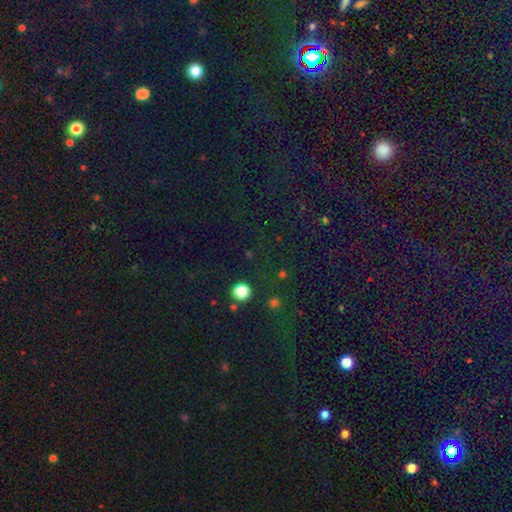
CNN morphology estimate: A star or artifact, not a galaxy (80%).

Vote fractions:
- Smooth or featured? star or artifact: 80% / smooth: 13% / featured or disk: 7%